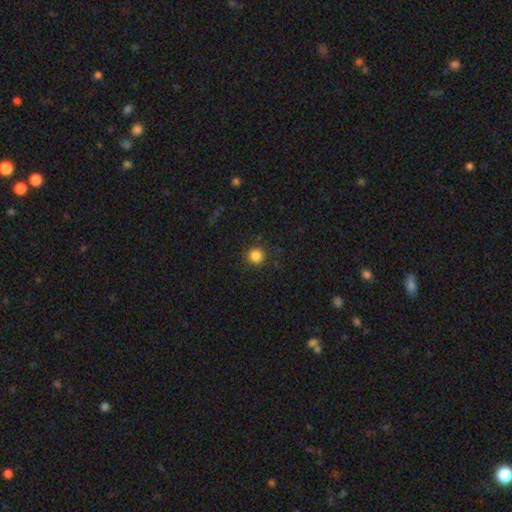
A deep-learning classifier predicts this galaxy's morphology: This is clearly a smooth galaxy (85%). How rounded: clearly round (95%). Merging: clearly none (90%).